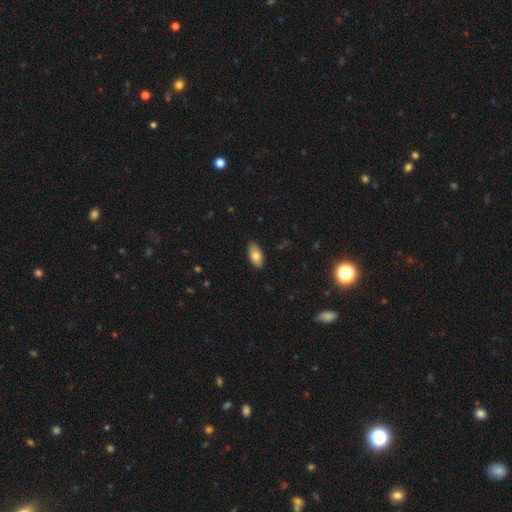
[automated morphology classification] smooth_or_featured: smooth (p=0.78) [alt: featured or disk p=0.15]
how_rounded: in between (p=0.93) [alt: cigar-shaped p=0.05]
merging: none (p=0.88) [alt: minor disturbance p=0.10]